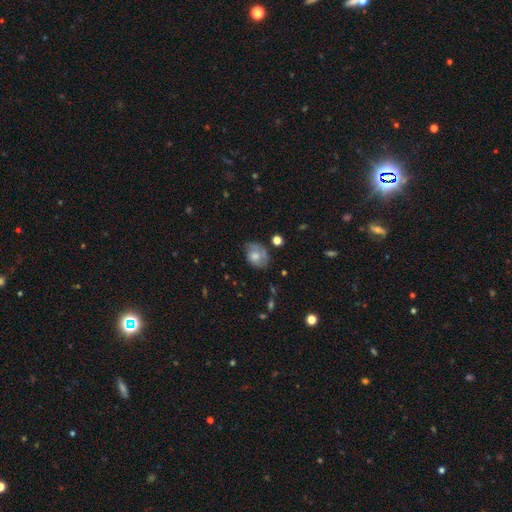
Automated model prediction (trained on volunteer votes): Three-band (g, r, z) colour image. It shows a smooth galaxy with no disk features (57%) that is in between round and cigar-shaped (62%). Merging: none (50%).